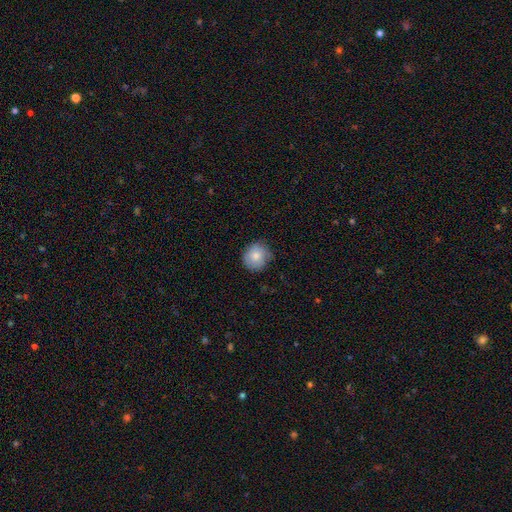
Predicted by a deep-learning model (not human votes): Overall: smooth (83%). How rounded: round (90%). Merging: none (77%).